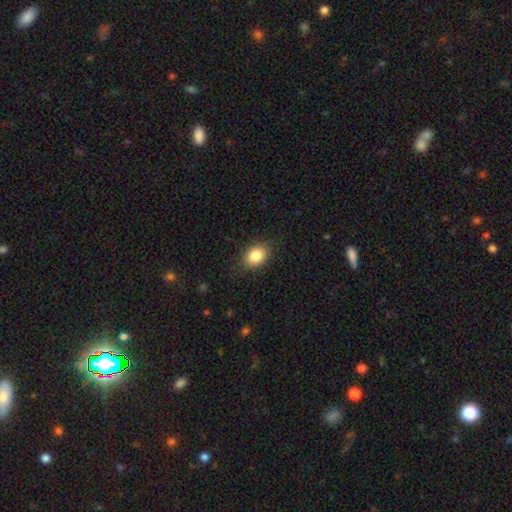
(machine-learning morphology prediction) Smooth or featured: smooth — 84% (star or artifact — 8%)
How rounded: in between — 75% (round — 24%)
Merging: none — 85% (minor disturbance — 11%)